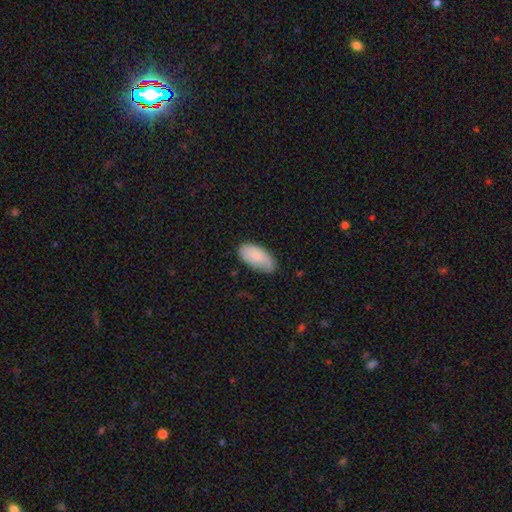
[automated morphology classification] smooth-or-featured: smooth: 83% | featured or disk: 11% | star or artifact: 6%
  how-rounded: in between: 94% | cigar-shaped: 4% | round: 2%
  merging: none: 67% | minor disturbance: 26% | major disturbance: 5% | merger: 2%